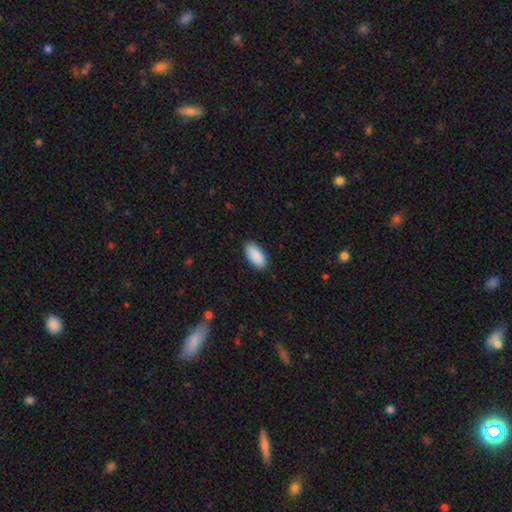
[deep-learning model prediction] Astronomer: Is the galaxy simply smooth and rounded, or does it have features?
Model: smooth — 91%.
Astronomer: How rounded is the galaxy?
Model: in between — 94%.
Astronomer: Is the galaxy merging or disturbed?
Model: none — 88%.